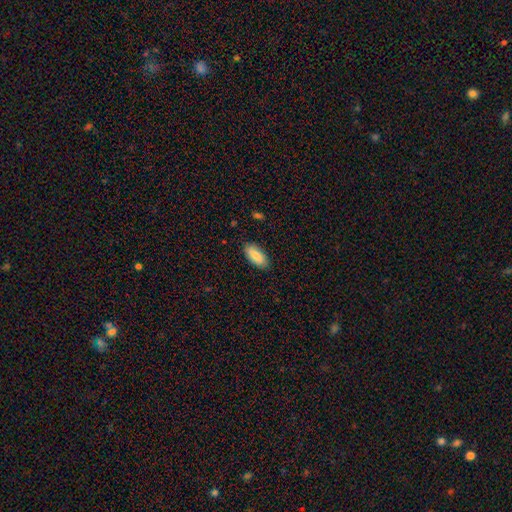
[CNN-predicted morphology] Smooth or featured? Predicted: smooth (p=0.83). How rounded? Predicted: in between (p=0.88). Merging? Predicted: none (p=0.87).